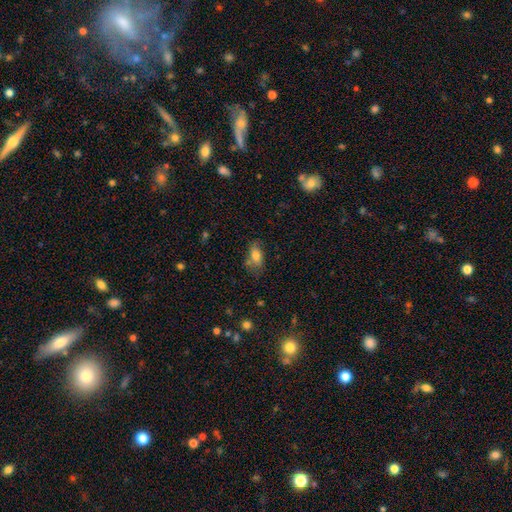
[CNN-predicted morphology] This is likely a smooth galaxy (78%). How rounded: clearly in between (88%). Merging: likely none (62%).